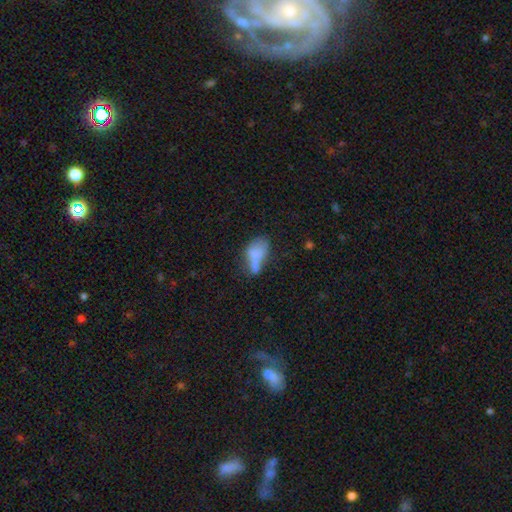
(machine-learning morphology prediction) This is likely a smooth galaxy (70%). How rounded: clearly in between (85%). Merging: marginally merger (27%).